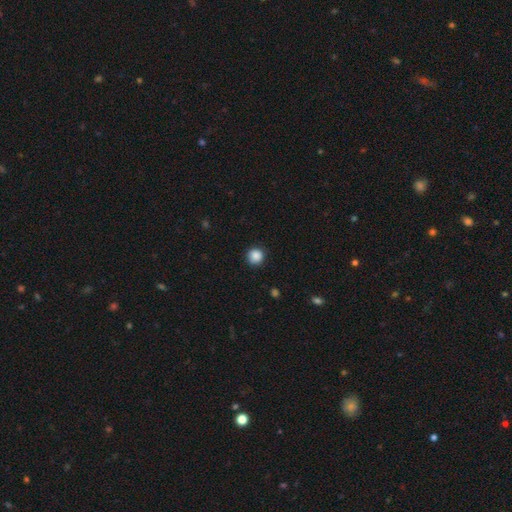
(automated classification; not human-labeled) The model was most divided on "smooth or featured": smooth: 87%, star or artifact: 10%, featured or disk: 3%. More confident: how rounded — round (94%); merging — none (89%).